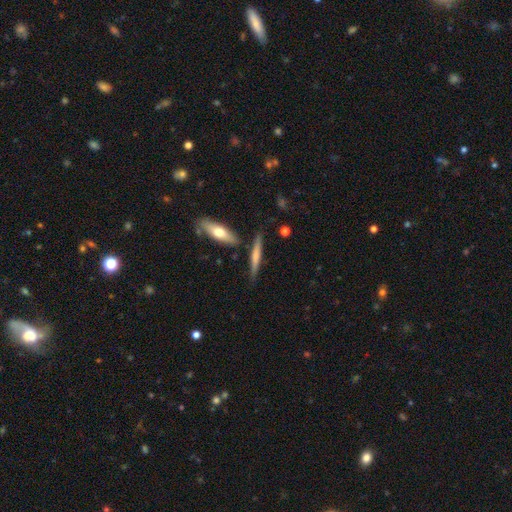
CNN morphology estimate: The model was most divided on "smooth or featured": smooth: 52%, featured or disk: 42%, star or artifact: 6%. More confident: how rounded — cigar-shaped (91%); merging — none (80%).